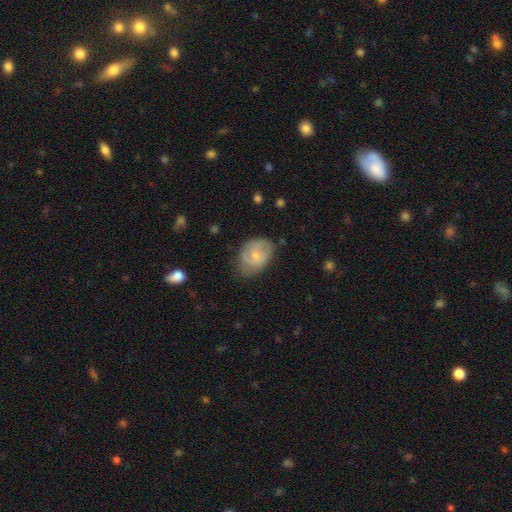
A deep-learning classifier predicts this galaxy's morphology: Smooth or featured: featured or disk — 62% (smooth — 32%)
Edge-on disk: no — 97% (yes — 3%)
Bar: no — 53% (weak — 41%)
Spiral arms: yes — 86% (no — 14%)
Spiral winding: medium — 44% (tight — 39%)
Spiral arm count: 2 — 57% (can't tell — 23%)
Bulge size: small — 66% (moderate — 25%)
Merging: none — 62% (minor disturbance — 26%)